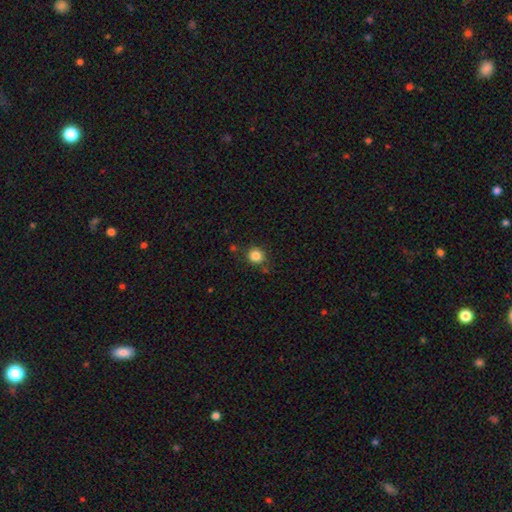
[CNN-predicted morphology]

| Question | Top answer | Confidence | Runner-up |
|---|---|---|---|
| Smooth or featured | smooth | 84% | star or artifact (11%) |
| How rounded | round | 91% | in between (9%) |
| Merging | none | 82% | minor disturbance (11%) |